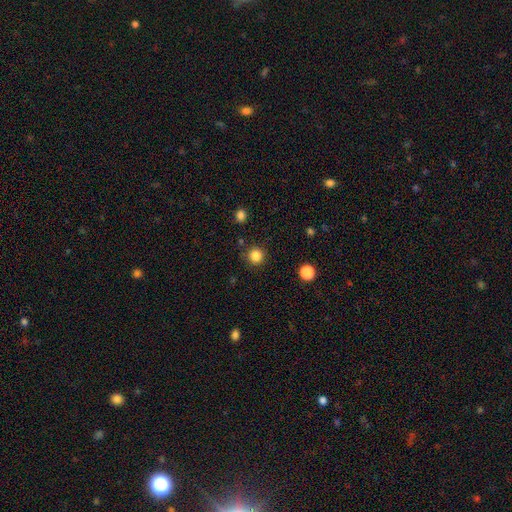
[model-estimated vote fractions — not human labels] Smooth or featured? smooth (85%)
How rounded? round (92%)
Merging? none (87%)